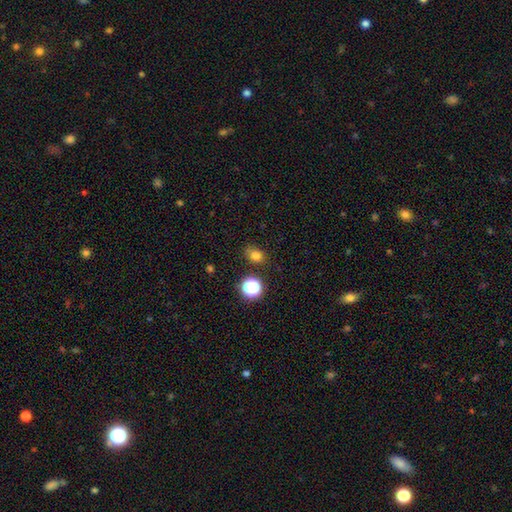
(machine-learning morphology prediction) Smooth or featured? smooth (78%)
How rounded? in between (55%)
Merging? none (80%)